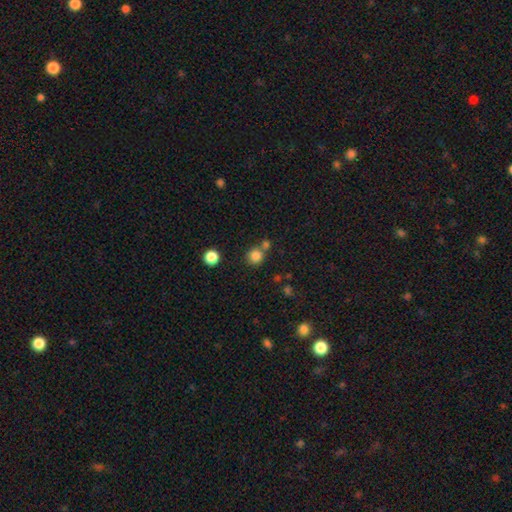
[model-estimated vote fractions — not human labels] smooth 82%, star or artifact 13%, featured or disk 6%. Down the decision tree: how rounded — round (90%); merging — none (63%).